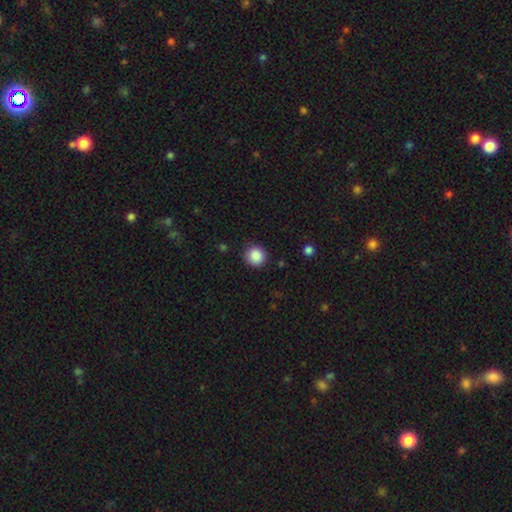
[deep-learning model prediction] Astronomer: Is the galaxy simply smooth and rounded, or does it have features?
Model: smooth — 87%.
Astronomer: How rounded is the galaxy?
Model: round — 92%.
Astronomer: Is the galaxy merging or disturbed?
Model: none — 88%.